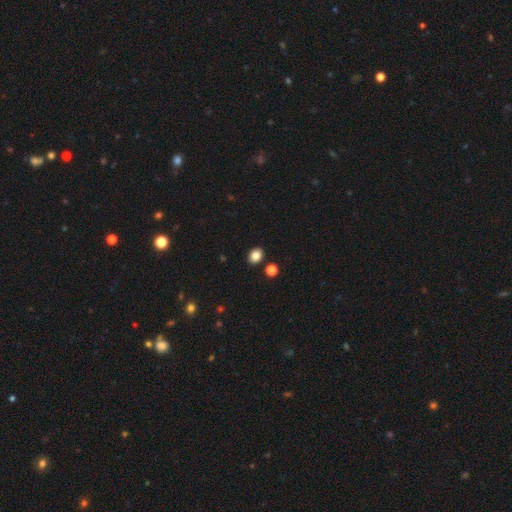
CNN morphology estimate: type=smooth (84%); roundness=in between (50%); merging=none (87%).